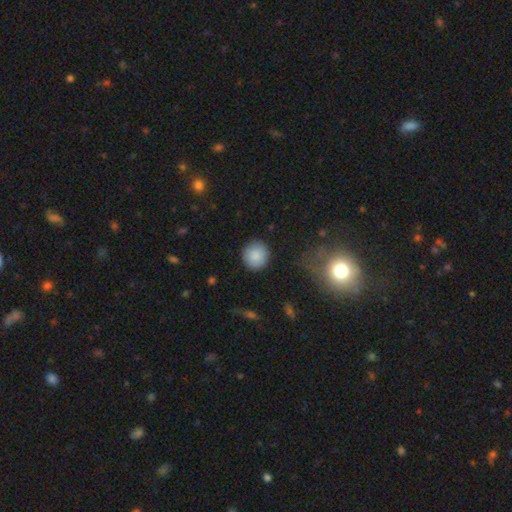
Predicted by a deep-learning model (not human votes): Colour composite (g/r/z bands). It shows a smooth galaxy with no disk features (87%) that is round (93%). Merging: none (88%).